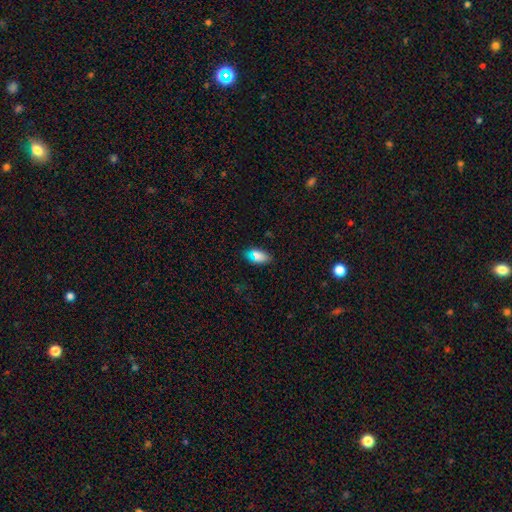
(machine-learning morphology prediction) The model was most divided on "smooth or featured": smooth: 77%, star or artifact: 14%, featured or disk: 9%. More confident: how rounded — in between (90%); merging — none (82%).